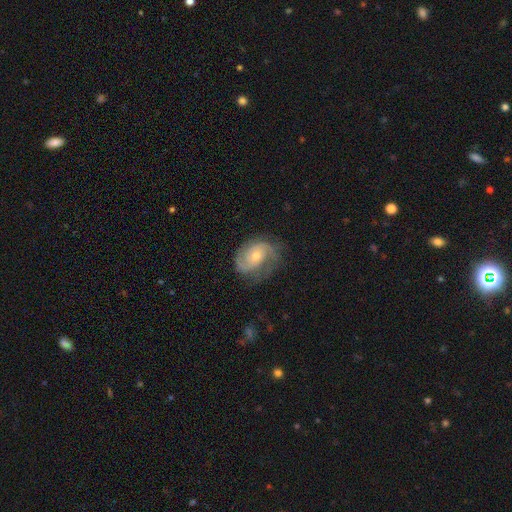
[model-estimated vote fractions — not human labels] This is likely a featured or disk galaxy (77%). It is clearly not viewed edge-on (97%). Bar: likely no (69%). Spiral arm pattern: clearly yes (94%). Spiral arm count: likely 2 (61%). Spiral winding: marginally medium (44%). Central bulge: possibly moderate (54%). Merging: likely none (63%).